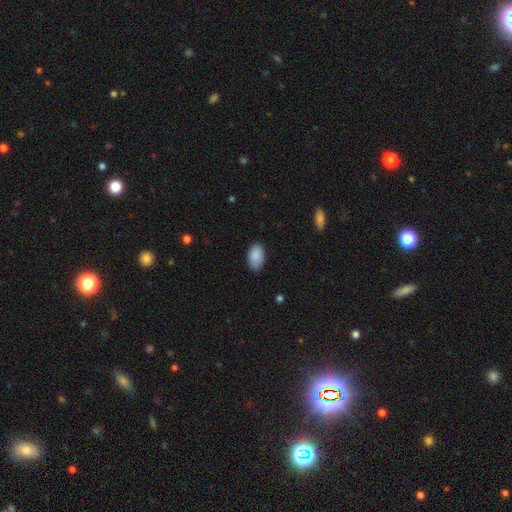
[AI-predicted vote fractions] A smooth galaxy with no disk features (89%) that is in between round and cigar-shaped (93%).

Vote fractions:
- Smooth or featured? smooth: 89% / star or artifact: 7% / featured or disk: 5%
- How rounded? in between: 93% / round: 6% / cigar-shaped: 1%
- Merging? none: 81% / minor disturbance: 15% / major disturbance: 3% / merger: 1%